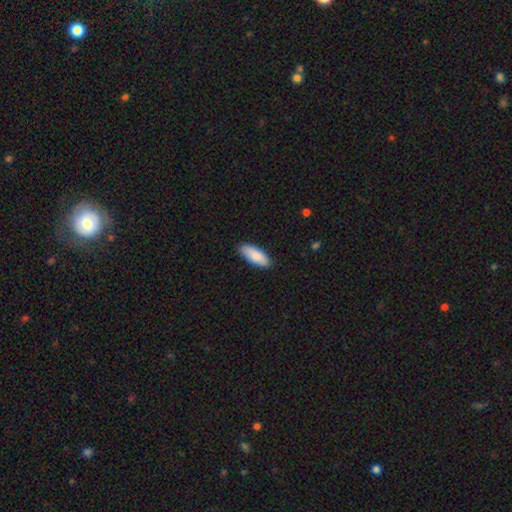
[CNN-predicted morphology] smooth 87%, featured or disk 8%, star or artifact 5%. Down the decision tree: how rounded — in between (76%); merging — none (88%).